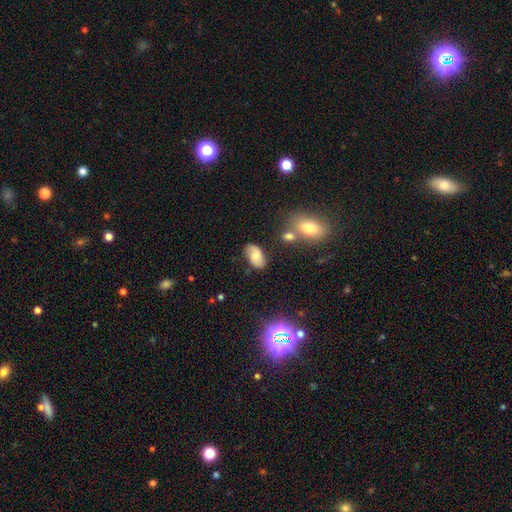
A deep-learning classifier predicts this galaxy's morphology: This appears to be a smooth galaxy with no disk features (60%) that is in between round and cigar-shaped (92%). Merging: none (74%).